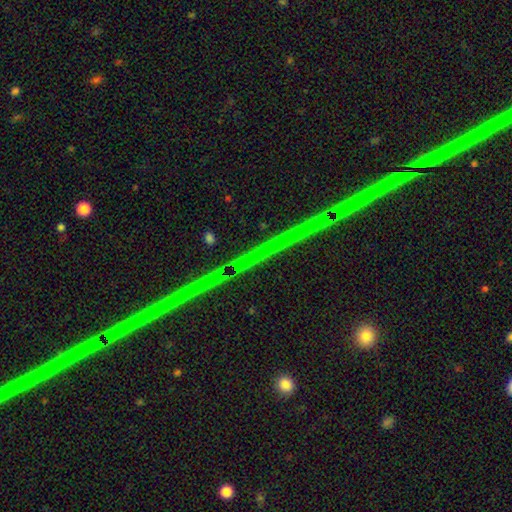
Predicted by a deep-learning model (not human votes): Smooth or featured? Predicted: star or artifact (p=0.84).